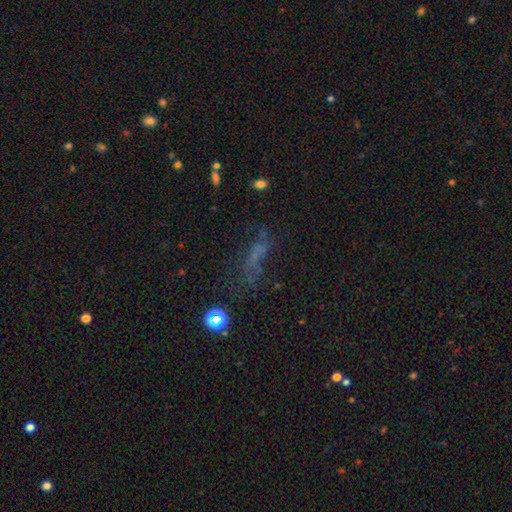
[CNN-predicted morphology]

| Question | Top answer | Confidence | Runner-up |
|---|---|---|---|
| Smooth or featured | smooth | 40% | star or artifact (30%) |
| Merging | none | 43% | major disturbance (31%) |